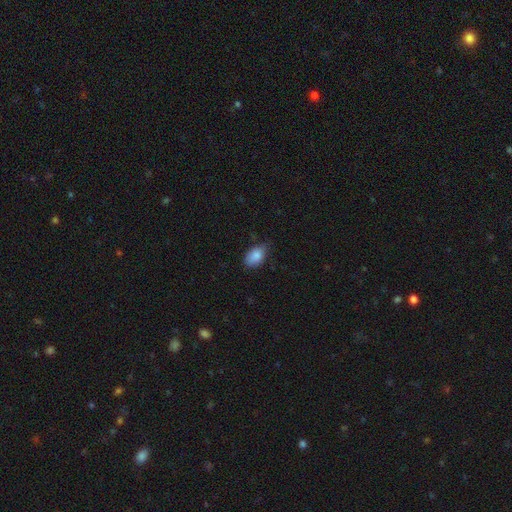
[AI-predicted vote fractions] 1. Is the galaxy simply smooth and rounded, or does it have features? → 86% smooth, 8% star or artifact, 7% featured or disk.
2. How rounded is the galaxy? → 89% in between, 9% round, 2% cigar-shaped.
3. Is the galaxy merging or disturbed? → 64% none, 30% minor disturbance, 5% major disturbance, 1% merger.